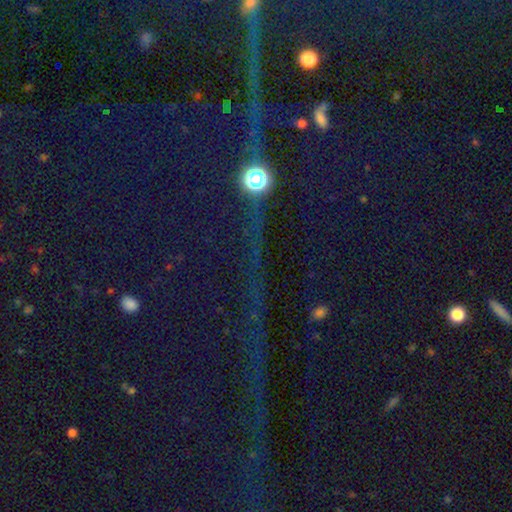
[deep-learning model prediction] Morphology: type=star or artifact (80%).